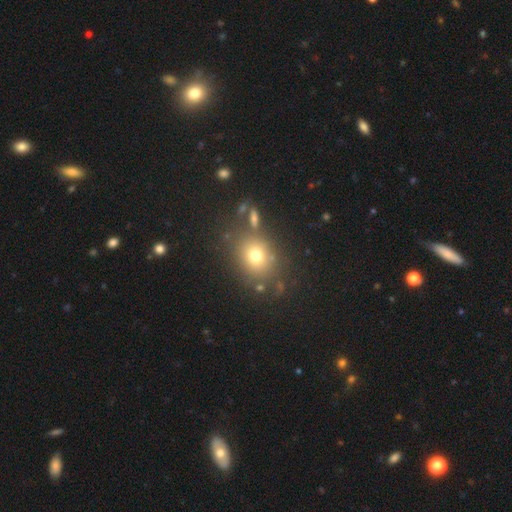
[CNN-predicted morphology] The model was most divided on "how rounded": round: 66%, in between: 33%, cigar-shaped: 1%. More confident: merging — none (75%); smooth or featured — smooth (73%).